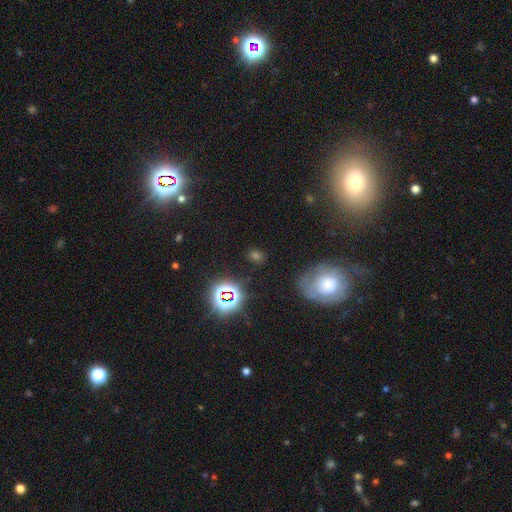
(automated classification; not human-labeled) smooth_or_featured: smooth (p=0.44) [alt: star or artifact p=0.40]
merging: none (p=0.75) [alt: minor disturbance p=0.13]